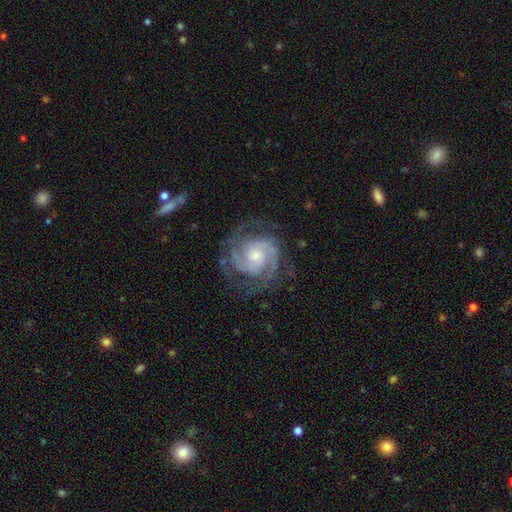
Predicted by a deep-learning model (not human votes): featured or disk 91%, star or artifact 5%, smooth 4%. Down the decision tree: edge-on disk — no (98%); bar — no (63%); spiral arms — yes (98%); spiral arm count — 2 (66%); spiral winding — tight (63%); bulge size — small (46%); merging — none (78%).